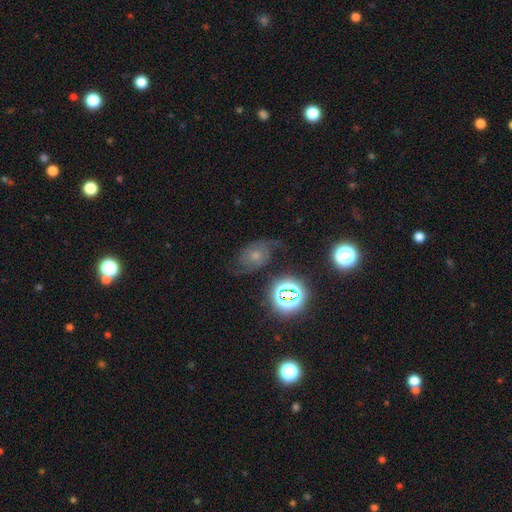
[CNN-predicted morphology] This appears to be a featured or disk galaxy (50%). Merging: none (57%).